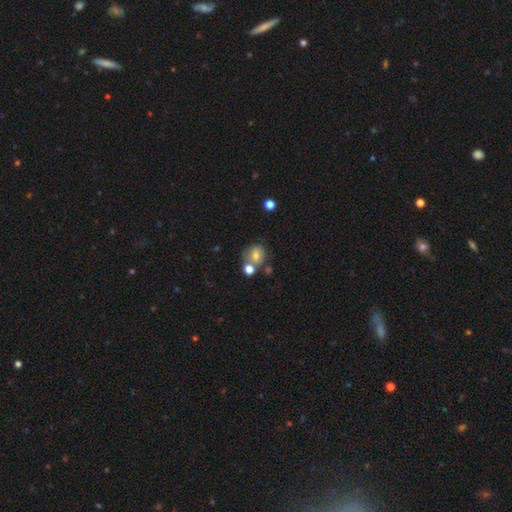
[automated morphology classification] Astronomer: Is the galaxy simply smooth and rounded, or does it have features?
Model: smooth — 68%.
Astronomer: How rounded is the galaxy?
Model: round — 73%.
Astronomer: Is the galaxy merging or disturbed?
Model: none — 49% (runner-up: merger, 28%).